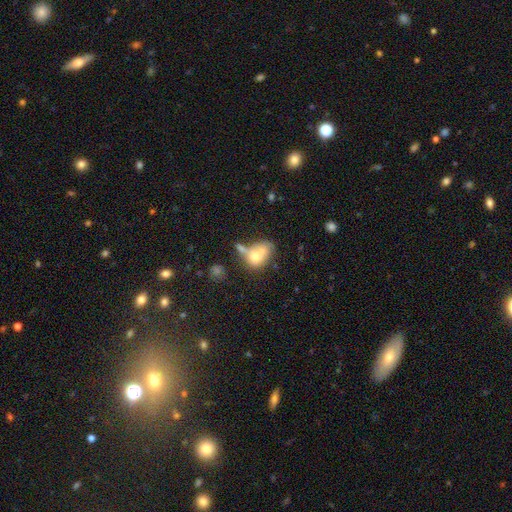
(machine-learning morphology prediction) Smooth or featured? Predicted: smooth (p=0.67). How rounded? Predicted: in between (p=0.71). Merging? Predicted: merger (p=0.43).